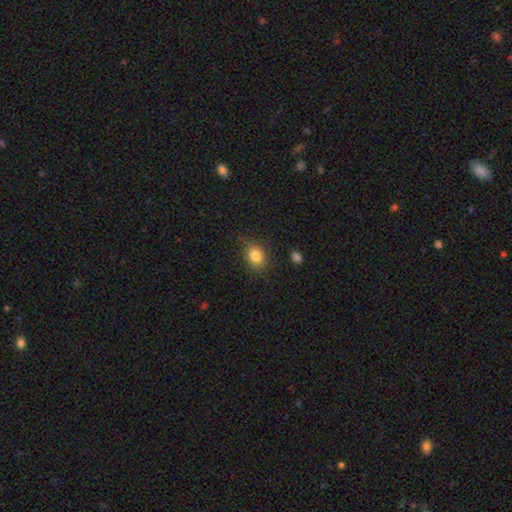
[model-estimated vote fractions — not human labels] Smooth or featured: smooth — 82% (star or artifact — 10%)
How rounded: in between — 51% (round — 48%)
Merging: none — 78% (minor disturbance — 16%)